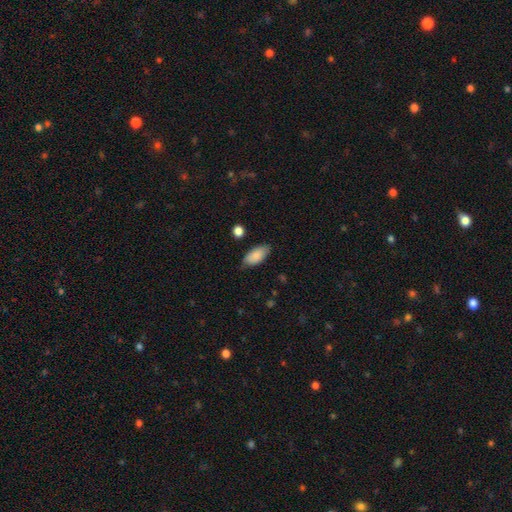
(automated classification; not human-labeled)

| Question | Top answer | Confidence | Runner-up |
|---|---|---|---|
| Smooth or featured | smooth | 85% | featured or disk (9%) |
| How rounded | in between | 92% | cigar-shaped (6%) |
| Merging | none | 73% | minor disturbance (21%) |